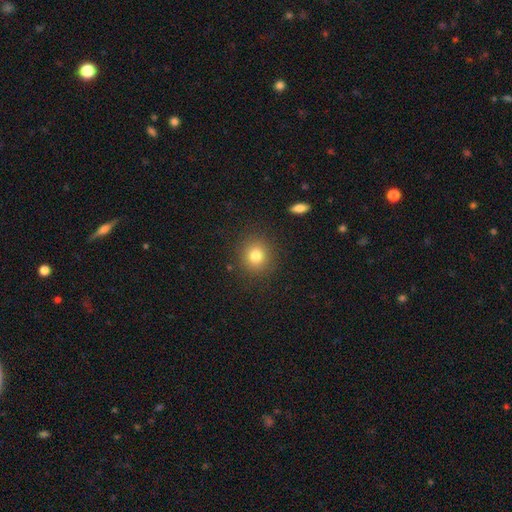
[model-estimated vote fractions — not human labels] A smooth galaxy with no disk features (80%) that is round (87%). Merging: none (89%).